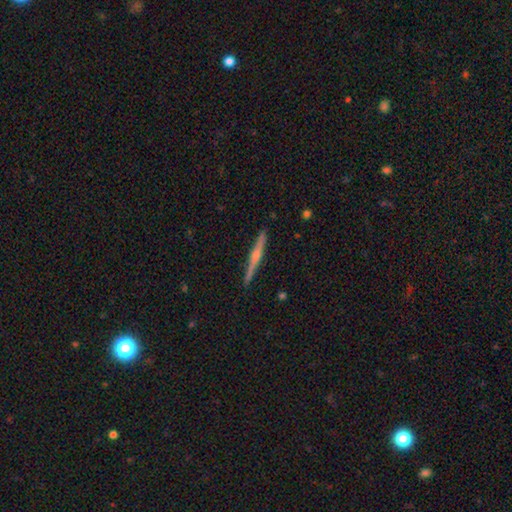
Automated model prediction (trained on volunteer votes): Smooth or featured?
  - featured or disk: 72% *
  - smooth: 22%
  - star or artifact: 6%
Edge-on disk?
  - yes: 98% *
  - no: 2%
Edge-on bulge?
  - rounded: 71% *
  - none: 17%
  - boxy: 12%
Merging?
  - none: 92% *
  - minor disturbance: 6%
  - major disturbance: 1%
  - merger: 1%